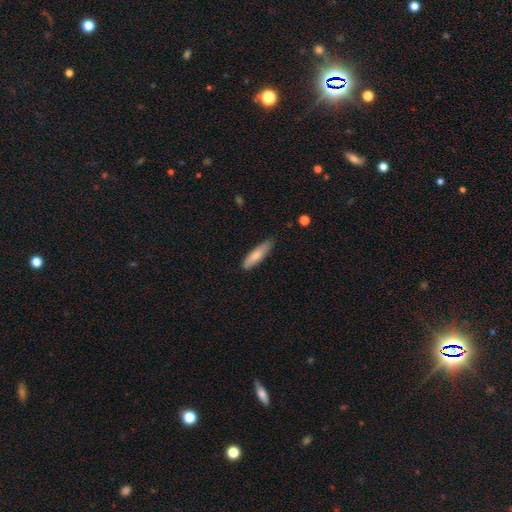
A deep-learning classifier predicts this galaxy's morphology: smooth 75%, featured or disk 19%, star or artifact 6%. Down the decision tree: how rounded — cigar-shaped (69%); merging — none (82%).